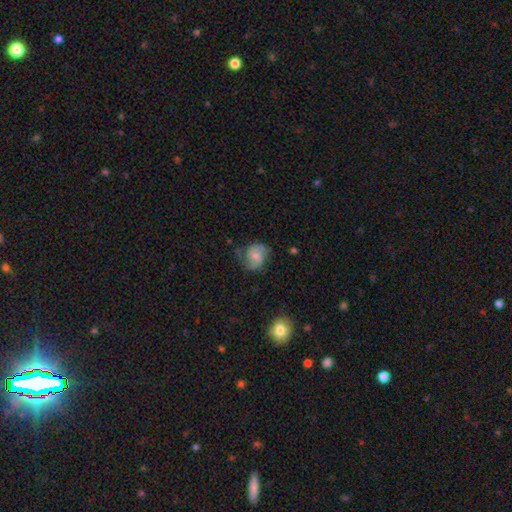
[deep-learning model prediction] Smooth or featured?
  - featured or disk: 64% *
  - smooth: 28%
  - star or artifact: 8%
Edge-on disk?
  - no: 98% *
  - yes: 2%
Bar?
  - no: 61% *
  - weak: 32%
  - strong: 6%
Spiral arms?
  - yes: 90% *
  - no: 10%
Spiral winding?
  - medium: 47% *
  - tight: 28%
  - loose: 25%
Spiral arm count?
  - 2: 78% *
  - can't tell: 10%
  - 3: 5%
  - 1: 3%
  - 4: 2%
  - more than 4: 1%
Bulge size?
  - small: 51% *
  - moderate: 40%
  - none: 5%
  - large: 3%
  - dominant: 1%
Merging?
  - none: 62% *
  - minor disturbance: 24%
  - major disturbance: 12%
  - merger: 2%